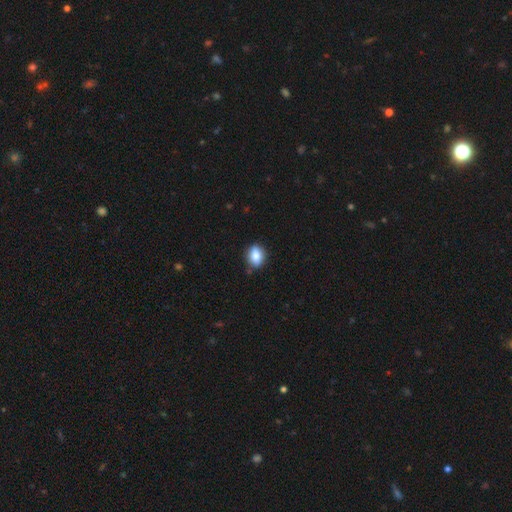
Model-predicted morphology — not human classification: A smooth galaxy with no disk features (82%) that is in between round and cigar-shaped (63%).

Vote fractions:
- Smooth or featured? smooth: 82% / featured or disk: 10% / star or artifact: 8%
- How rounded? in between: 63% / round: 35% / cigar-shaped: 2%
- Merging? none: 82% / minor disturbance: 14% / major disturbance: 2% / merger: 2%